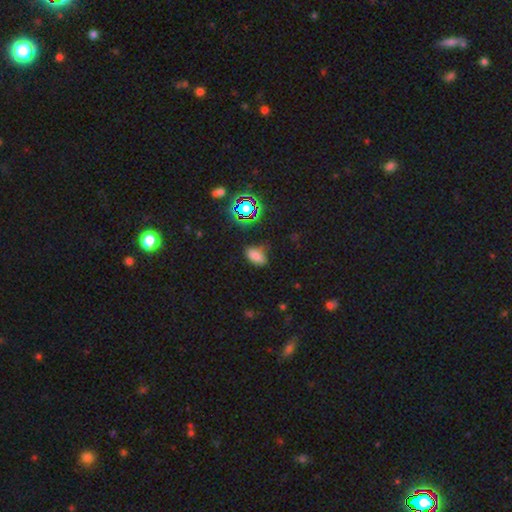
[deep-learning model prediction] smooth-or-featured: smooth: 74% | star or artifact: 20% | featured or disk: 6%
  how-rounded: in between: 90% | round: 7% | cigar-shaped: 3%
  merging: none: 72% | minor disturbance: 20% | major disturbance: 6% | merger: 3%